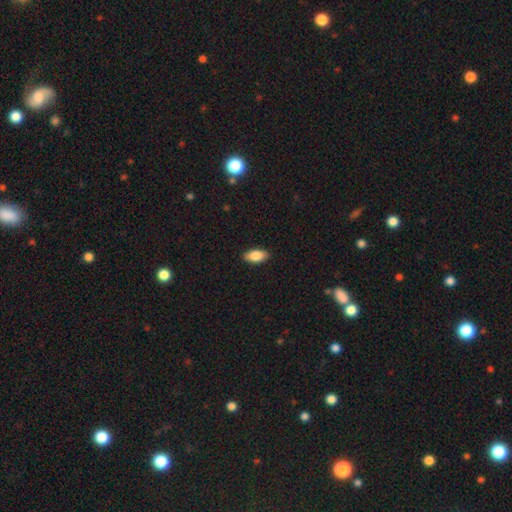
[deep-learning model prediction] smooth 86%, featured or disk 8%, star or artifact 7%. Down the decision tree: how rounded — in between (91%); merging — none (90%).